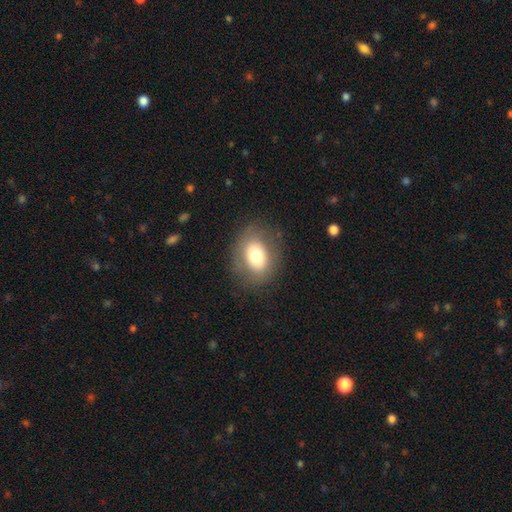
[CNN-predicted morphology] Smooth or featured?
  - smooth: 70% *
  - featured or disk: 21%
  - star or artifact: 9%
How rounded?
  - in between: 65% *
  - round: 34%
  - cigar-shaped: 1%
Merging?
  - none: 77% *
  - minor disturbance: 15%
  - major disturbance: 7%
  - merger: 1%